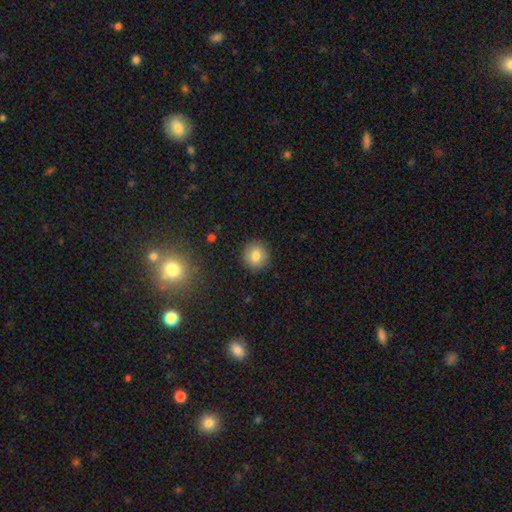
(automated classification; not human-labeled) Overall: smooth (80%). How rounded: round (90%). Merging: none (90%).